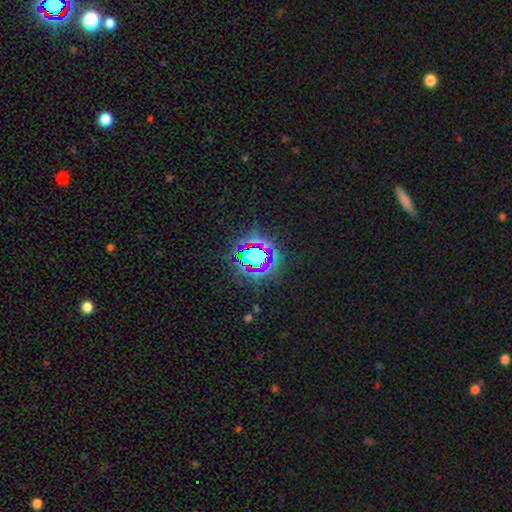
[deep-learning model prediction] This is likely a star or artifact rather than a galaxy (64%).